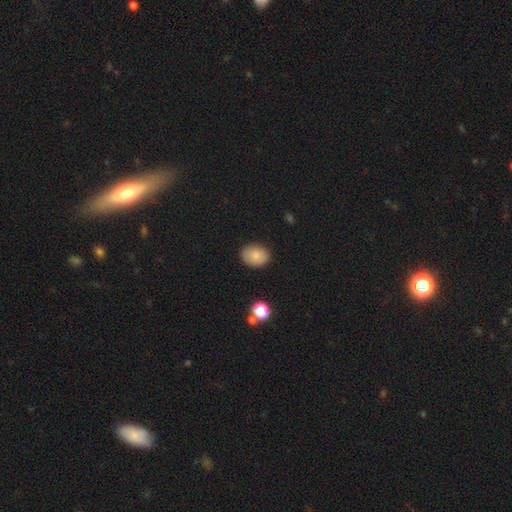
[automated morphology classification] Smooth or featured: smooth — 84% (star or artifact — 8%)
How rounded: in between — 63% (round — 36%)
Merging: none — 87% (minor disturbance — 10%)